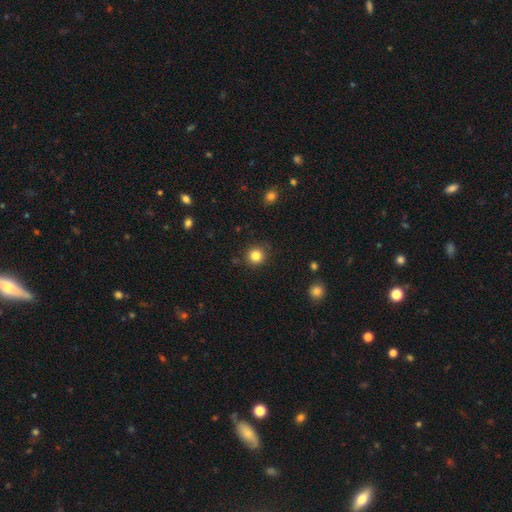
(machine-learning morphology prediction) Smooth or featured? Predicted: smooth (p=0.84). How rounded? Predicted: round (p=0.92). Merging? Predicted: none (p=0.87).